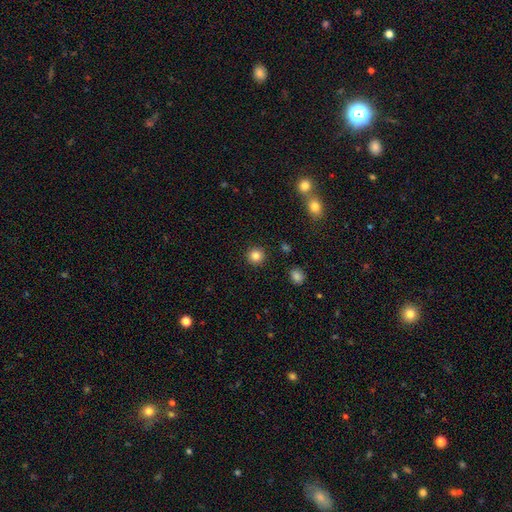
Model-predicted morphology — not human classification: Smooth or featured? Predicted: smooth (p=0.83). How rounded? Predicted: round (p=0.94). Merging? Predicted: none (p=0.92).